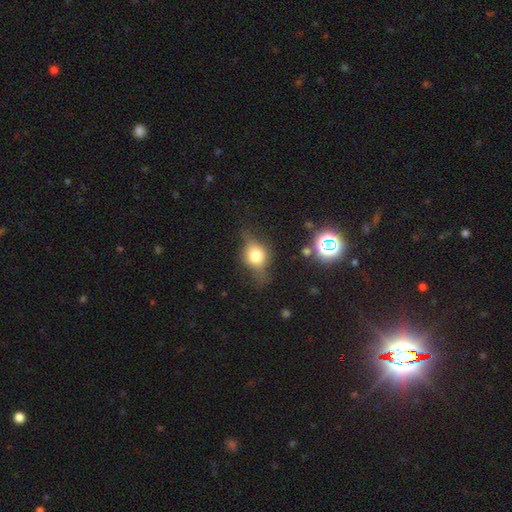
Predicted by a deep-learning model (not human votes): Smooth or featured? Predicted: smooth (p=0.50). How rounded? Predicted: round (p=0.56). Merging? Predicted: none (p=0.58).